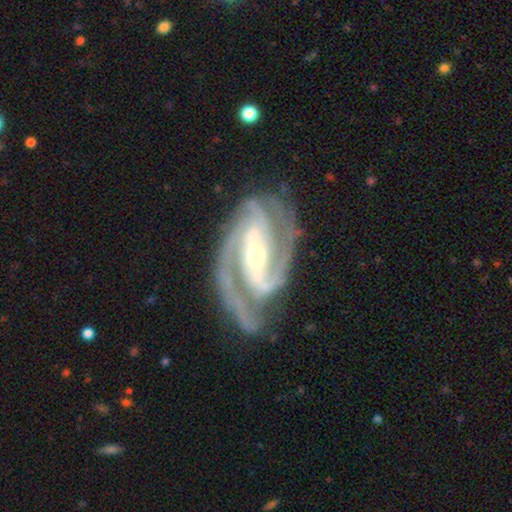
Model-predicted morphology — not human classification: A featured or disk galaxy (93%) with a strong bar (60%), 2 (50%) tight (48%) spiral arms (99%) and a small central bulge (62%).

Vote fractions:
- Smooth or featured? featured or disk: 93% / star or artifact: 4% / smooth: 3%
- Edge-on disk? no: 97% / yes: 3%
- Bar? strong: 60% / weak: 26% / no: 14%
- Spiral arms? yes: 99% / no: 1%
- Spiral winding? tight: 48% / medium: 46% / loose: 7%
- Spiral arm count? 2: 50% / 3: 30% / 4: 6% / can't tell: 6% / 1: 4% / more than 4: 4%
- Bulge size? small: 62% / moderate: 34% / large: 2% / none: 1% / dominant: 1%
- Merging? none: 71% / minor disturbance: 18% / major disturbance: 9% / merger: 2%